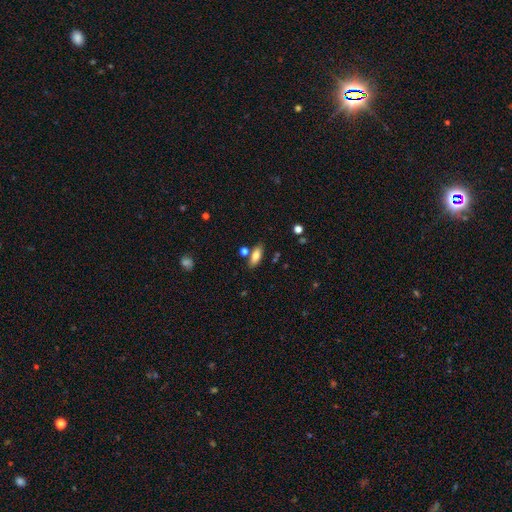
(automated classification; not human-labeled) A smooth galaxy with no disk features (79%) that is in between round and cigar-shaped (78%). Merging: none (77%).